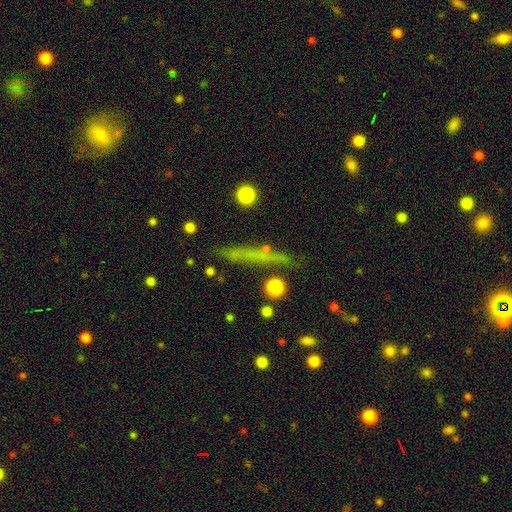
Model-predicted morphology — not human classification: smooth_or_featured: smooth (p=0.42) [alt: featured or disk p=0.36]
merging: none (p=0.79) [alt: minor disturbance p=0.12]